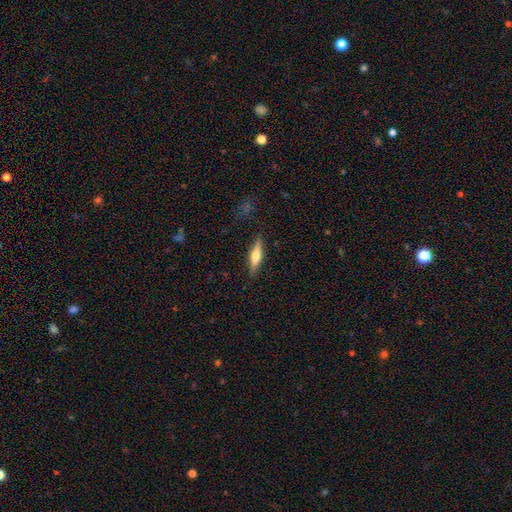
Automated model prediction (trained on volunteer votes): smooth 51%, featured or disk 43%, star or artifact 6%. Down the decision tree: how rounded — cigar-shaped (74%); merging — none (87%).